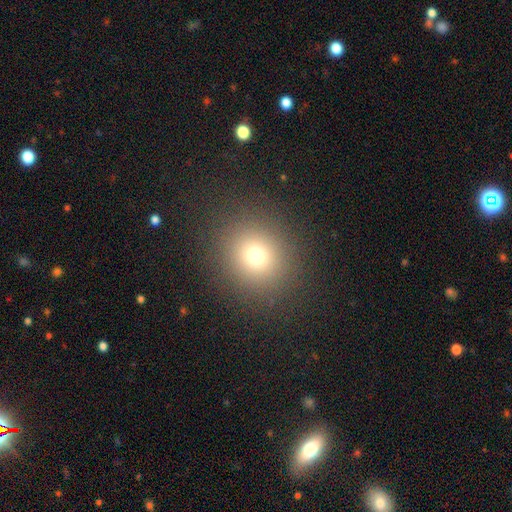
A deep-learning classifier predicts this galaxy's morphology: This appears to be a smooth galaxy with no disk features (71%) that is round (87%). Merging: none (89%).